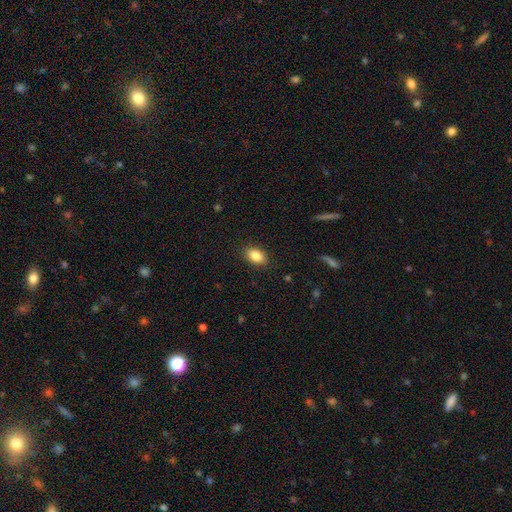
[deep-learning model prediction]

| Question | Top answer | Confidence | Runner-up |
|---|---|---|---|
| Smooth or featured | smooth | 86% | star or artifact (8%) |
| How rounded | in between | 89% | round (9%) |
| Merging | none | 87% | minor disturbance (9%) |